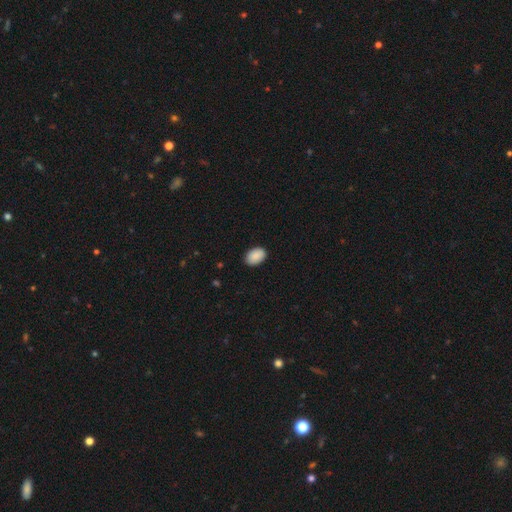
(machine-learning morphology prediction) This is clearly a smooth galaxy (90%). How rounded: clearly in between (89%). Merging: clearly none (88%).